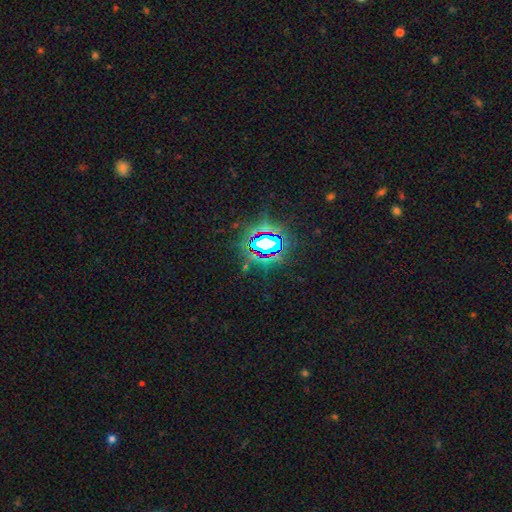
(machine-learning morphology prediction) A star or artifact, not a galaxy (83%).